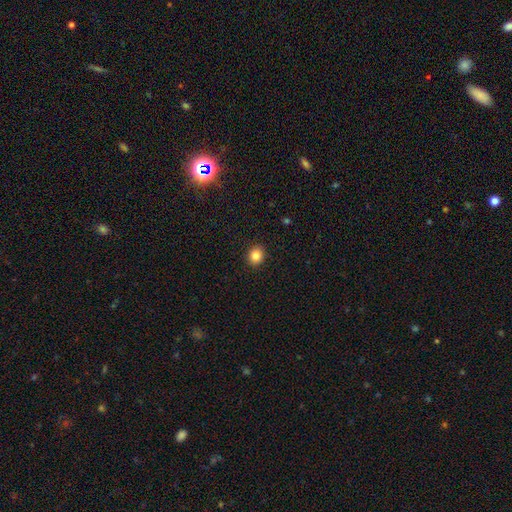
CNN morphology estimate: smooth 85%, star or artifact 10%, featured or disk 5%. Down the decision tree: how rounded — round (69%); merging — none (91%).